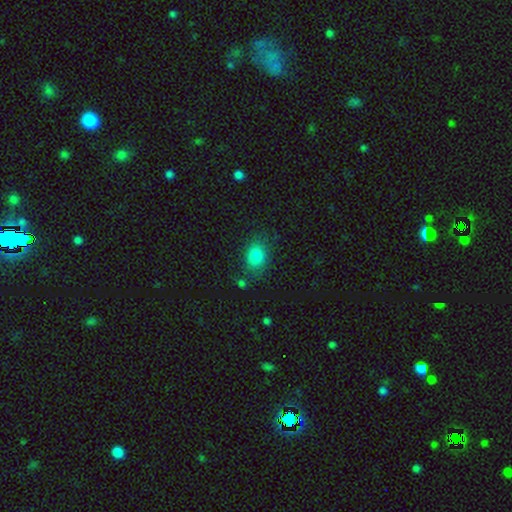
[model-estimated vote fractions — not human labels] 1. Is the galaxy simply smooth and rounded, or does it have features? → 82% smooth, 10% star or artifact, 8% featured or disk.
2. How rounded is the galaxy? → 65% in between, 34% round, 1% cigar-shaped.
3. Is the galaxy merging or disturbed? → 76% none, 15% minor disturbance, 5% major disturbance, 4% merger.